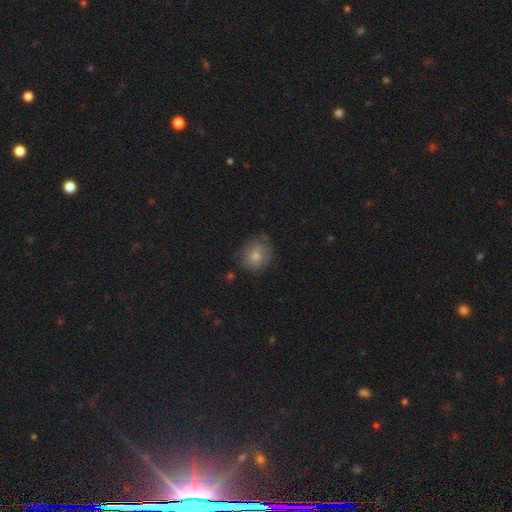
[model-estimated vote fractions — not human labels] Morphology: type=smooth (73%); roundness=round (80%); merging=none (71%).